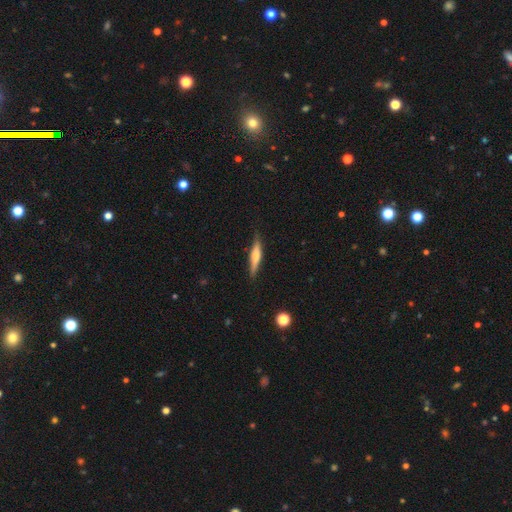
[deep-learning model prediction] This appears to be a smooth galaxy with no disk features (48%). Merging: none (84%).